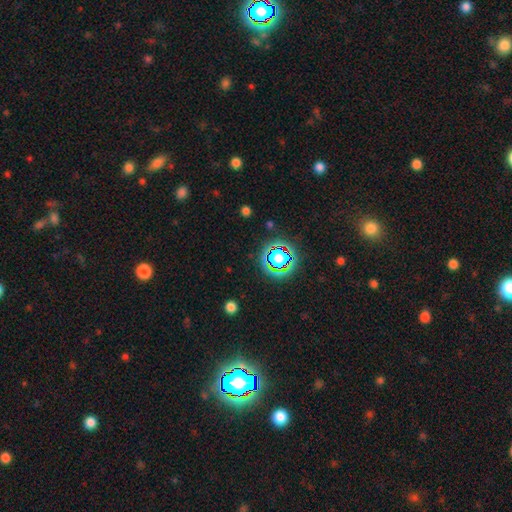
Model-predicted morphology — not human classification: This is likely a star or artifact rather than a galaxy (73%).